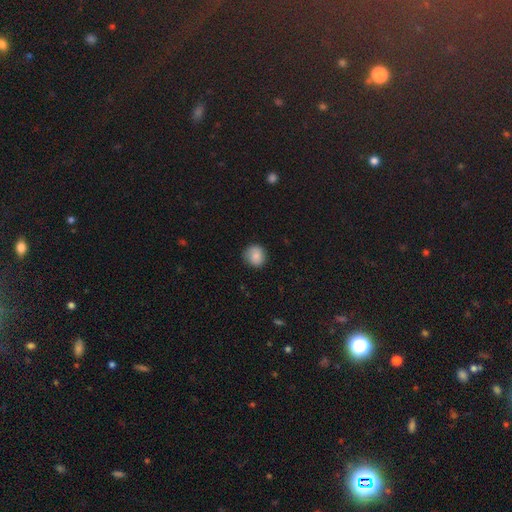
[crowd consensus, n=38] This is clearly a smooth galaxy (95%). How rounded: clearly round (89%). Merging: clearly none (95%).